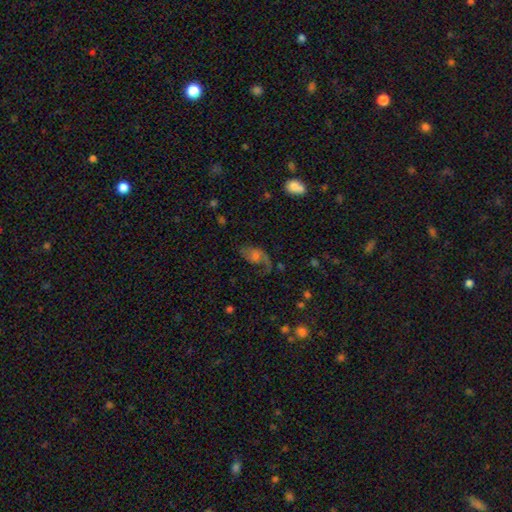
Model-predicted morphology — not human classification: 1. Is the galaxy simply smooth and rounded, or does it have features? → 62% featured or disk, 24% smooth, 14% star or artifact.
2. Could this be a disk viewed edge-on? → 96% no, 4% yes.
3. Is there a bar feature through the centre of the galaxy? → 61% no, 33% weak, 7% strong.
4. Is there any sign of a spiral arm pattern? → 86% yes, 14% no.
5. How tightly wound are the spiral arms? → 58% loose, 33% medium, 9% tight.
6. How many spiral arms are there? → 64% 2, 27% 1, 6% can't tell, 1% 3, 1% 4, 1% more than 4.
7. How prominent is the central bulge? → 36% small, 34% moderate, 18% none, 10% large, 2% dominant.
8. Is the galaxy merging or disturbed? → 49% none, 28% major disturbance, 20% minor disturbance, 3% merger.